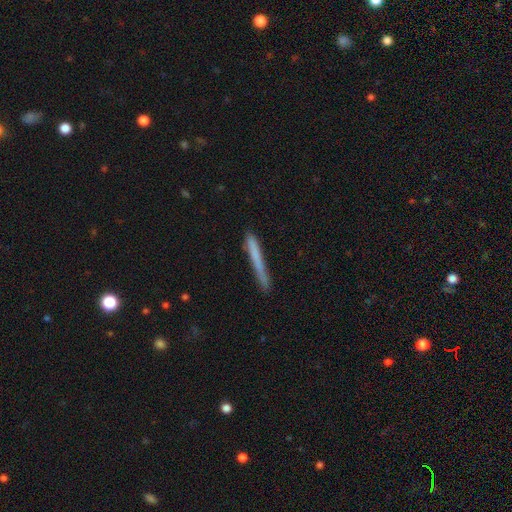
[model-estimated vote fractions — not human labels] This is likely a smooth galaxy (67%). How rounded: clearly cigar-shaped (97%). Merging: likely none (79%).